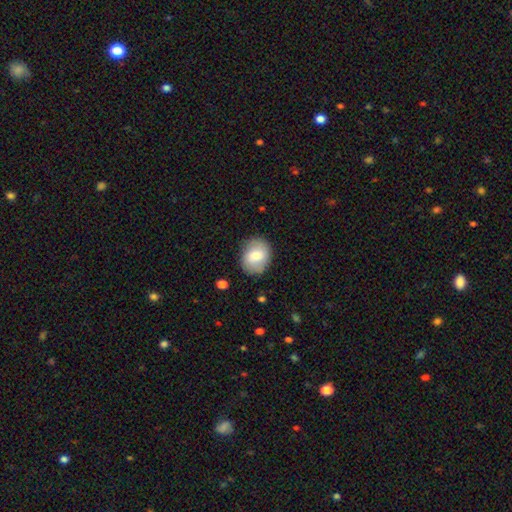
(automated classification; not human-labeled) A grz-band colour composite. It shows a smooth galaxy with no disk features (76%) that is round (50%). Merging: none (81%).